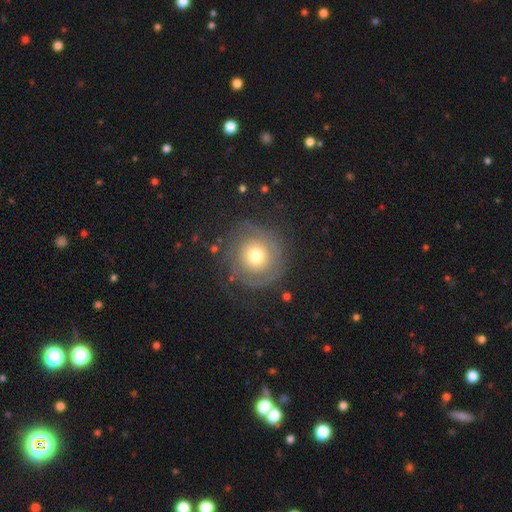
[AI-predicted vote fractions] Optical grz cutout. It shows a featured or disk galaxy (54%) with no bar (87%), spiral arms (69%) and a moderate central bulge (61%). Merging: none (71%).